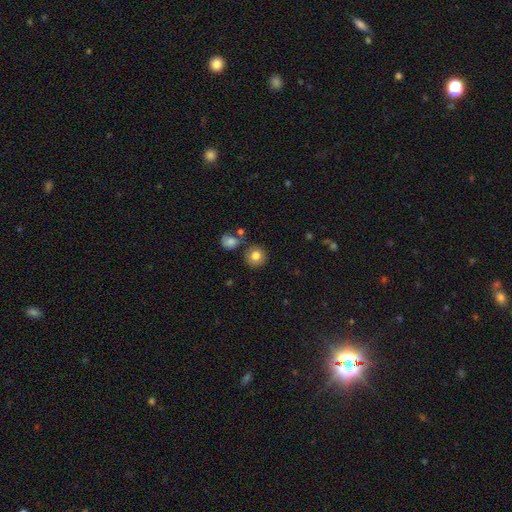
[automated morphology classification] A smooth galaxy with no disk features (81%) that is round (91%). Merging: none (81%).